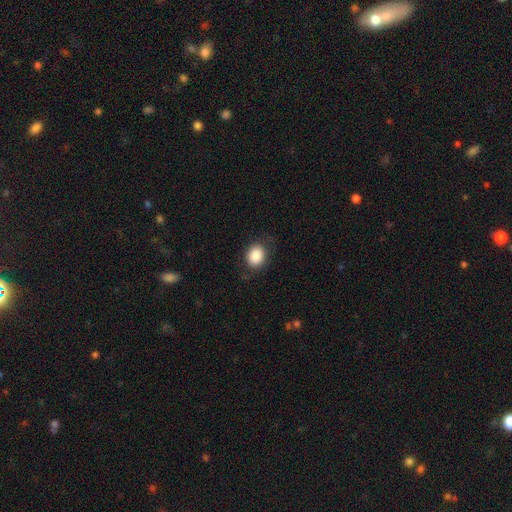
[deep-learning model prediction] smooth 88%, star or artifact 8%, featured or disk 4%. Down the decision tree: how rounded — in between (54%); merging — none (81%).